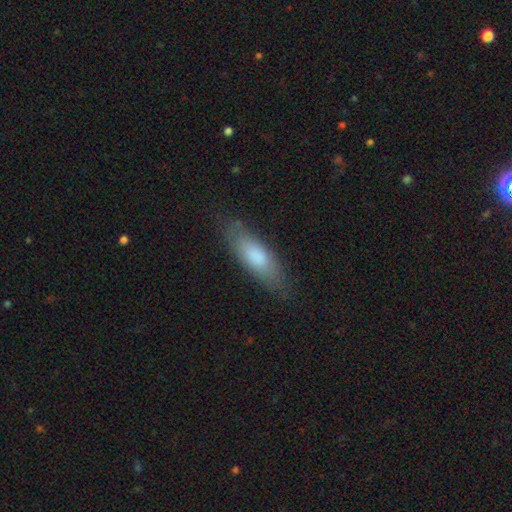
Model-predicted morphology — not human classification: smooth_or_featured: smooth (p=0.77) [alt: featured or disk p=0.17]
how_rounded: in between (p=0.59) [alt: cigar-shaped p=0.39]
merging: none (p=0.79) [alt: minor disturbance p=0.15]